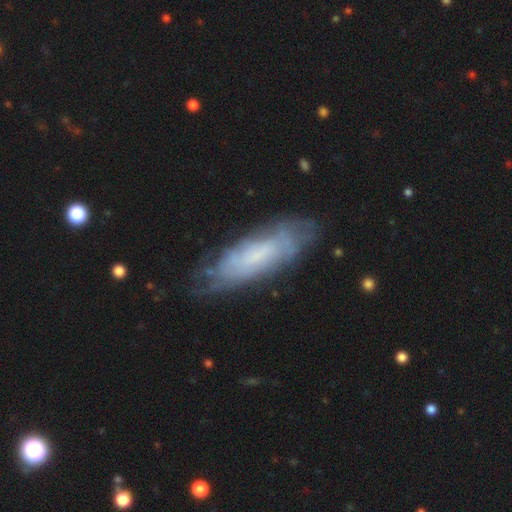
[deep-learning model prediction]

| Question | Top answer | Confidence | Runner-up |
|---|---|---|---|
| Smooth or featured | featured or disk | 51% | smooth (41%) |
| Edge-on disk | no | 75% | yes (25%) |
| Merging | none | 70% | minor disturbance (21%) |